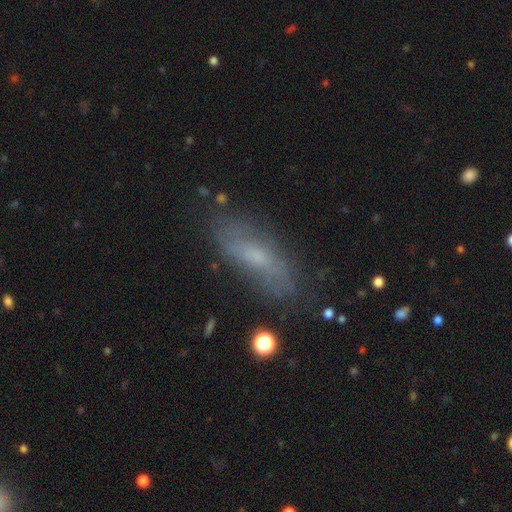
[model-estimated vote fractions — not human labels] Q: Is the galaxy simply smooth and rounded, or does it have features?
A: smooth — 49%.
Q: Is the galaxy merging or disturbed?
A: none — 73%.